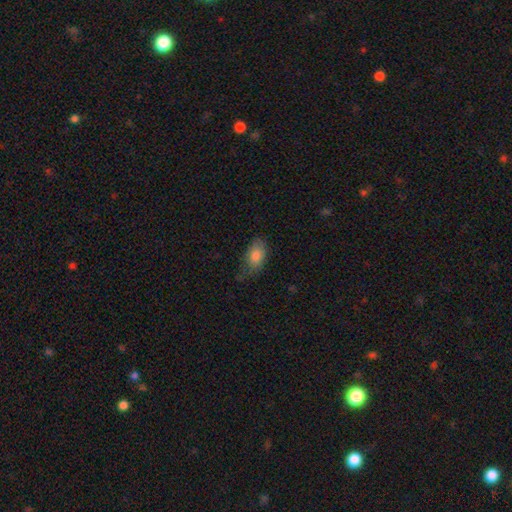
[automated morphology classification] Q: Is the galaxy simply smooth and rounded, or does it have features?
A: smooth — 82%.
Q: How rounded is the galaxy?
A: in between — 91%.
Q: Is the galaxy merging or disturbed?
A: none — 53%.